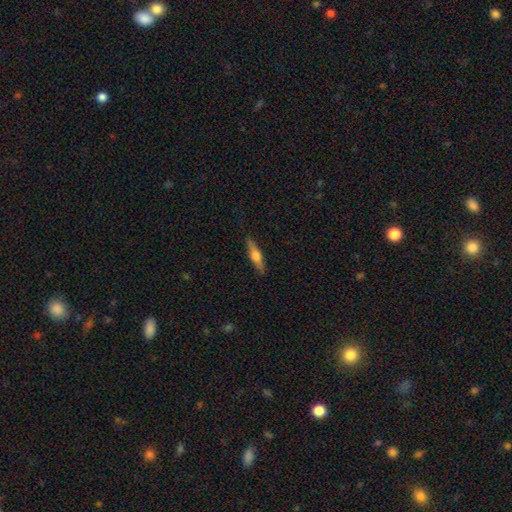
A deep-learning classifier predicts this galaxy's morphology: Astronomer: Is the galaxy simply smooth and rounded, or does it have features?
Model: featured or disk — 54% (runner-up: smooth, 40%).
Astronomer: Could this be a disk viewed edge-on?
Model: yes — 95%.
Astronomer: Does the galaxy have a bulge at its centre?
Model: rounded — 90%.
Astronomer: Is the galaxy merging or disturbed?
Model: none — 87%.